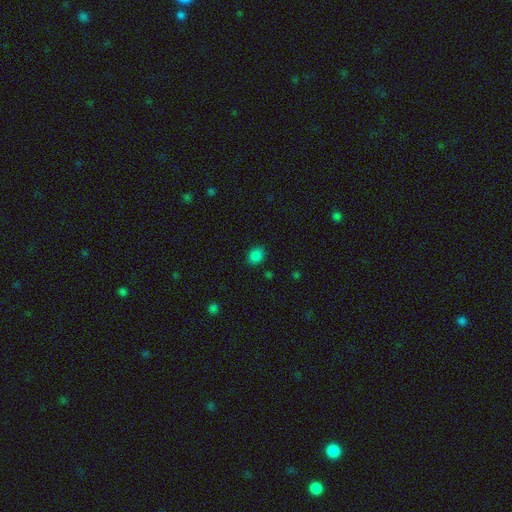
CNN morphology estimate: Smooth or featured? smooth (83%)
How rounded? round (50%)
Merging? none (86%)